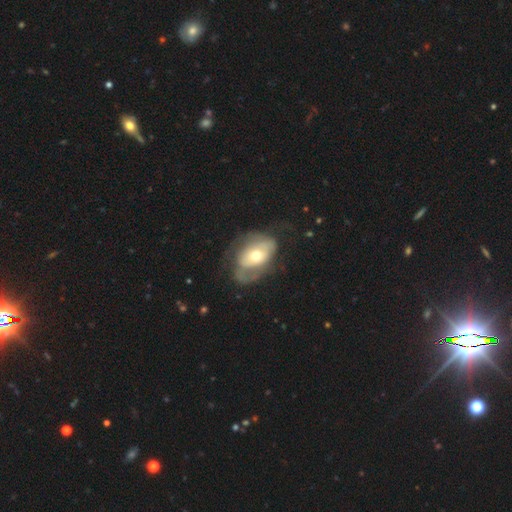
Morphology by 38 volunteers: Volunteers were most divided on "merging" (2-way tie): none: 35%, major disturbance: 35%, minor disturbance: 22%, merger: 8%. Remaining: edge-on disk — no (96%); bar — no (92%); smooth or featured — featured or disk (66%); spiral arms — yes (58%); bulge size — small (54%); spiral arm count — 2 (50%); spiral winding — loose (43%).